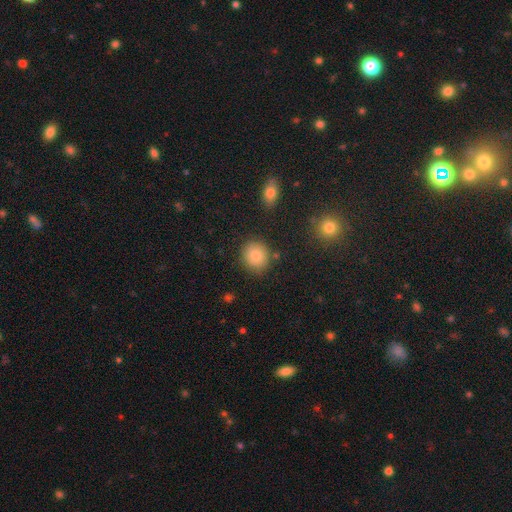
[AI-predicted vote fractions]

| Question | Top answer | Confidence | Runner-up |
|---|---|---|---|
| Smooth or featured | smooth | 83% | star or artifact (10%) |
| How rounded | round | 81% | in between (18%) |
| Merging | none | 84% | minor disturbance (10%) |